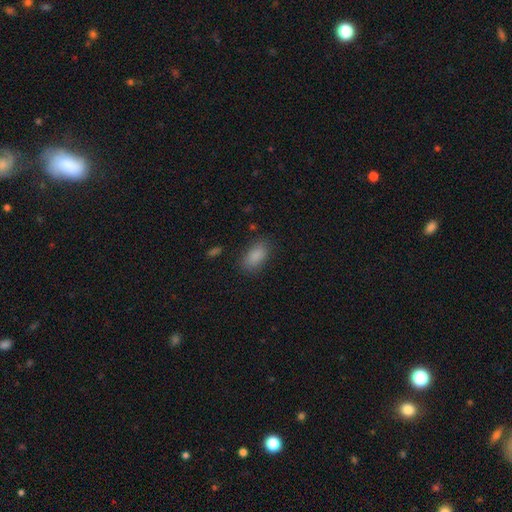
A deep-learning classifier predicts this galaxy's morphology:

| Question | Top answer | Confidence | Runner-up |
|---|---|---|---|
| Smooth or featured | smooth | 87% | star or artifact (8%) |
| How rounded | in between | 91% | round (5%) |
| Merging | none | 82% | minor disturbance (13%) |